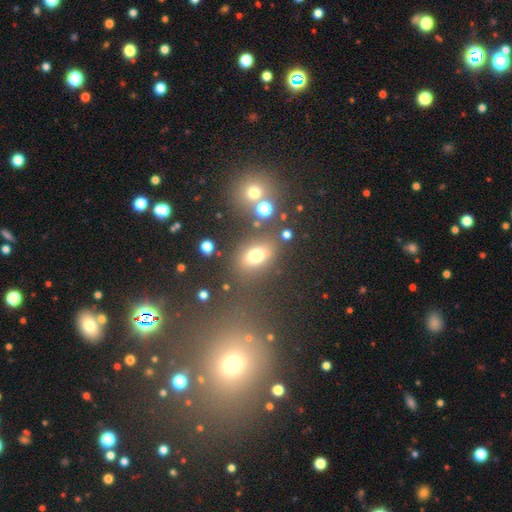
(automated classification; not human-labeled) A smooth galaxy with no disk features (67%) that is in between round and cigar-shaped (62%). Merging: none (71%).